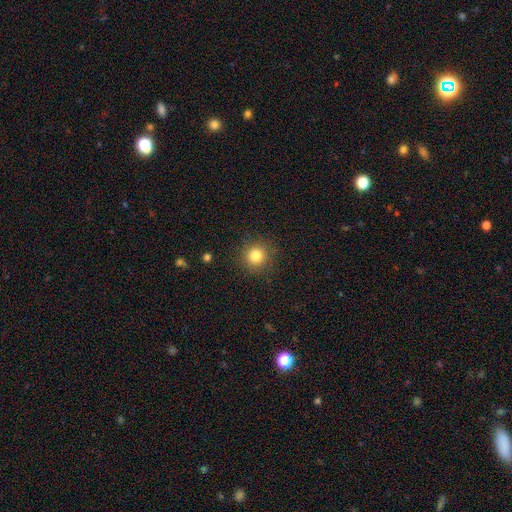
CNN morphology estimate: type=smooth (82%); roundness=round (93%); merging=none (88%).